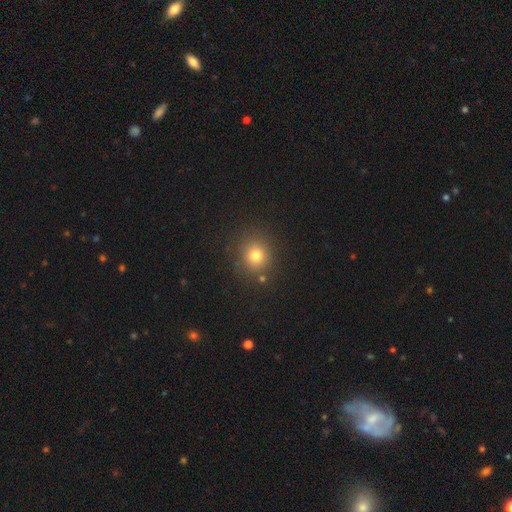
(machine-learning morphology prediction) Smooth or featured? smooth (77%)
How rounded? round (82%)
Merging? none (85%)